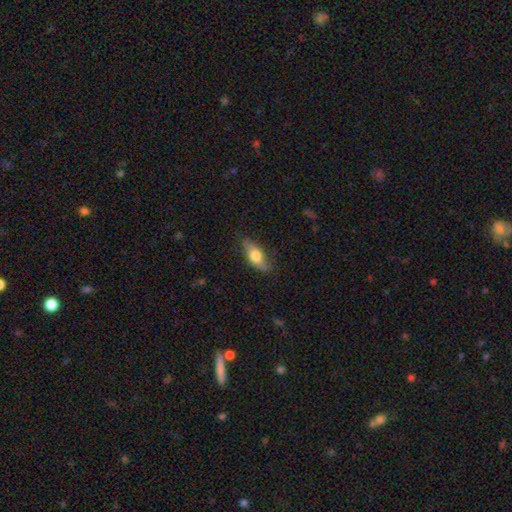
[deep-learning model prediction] smooth-or-featured: smooth: 65% | featured or disk: 29% | star or artifact: 6%
  how-rounded: in between: 75% | cigar-shaped: 21% | round: 4%
  merging: none: 77% | minor disturbance: 18% | major disturbance: 4% | merger: 1%